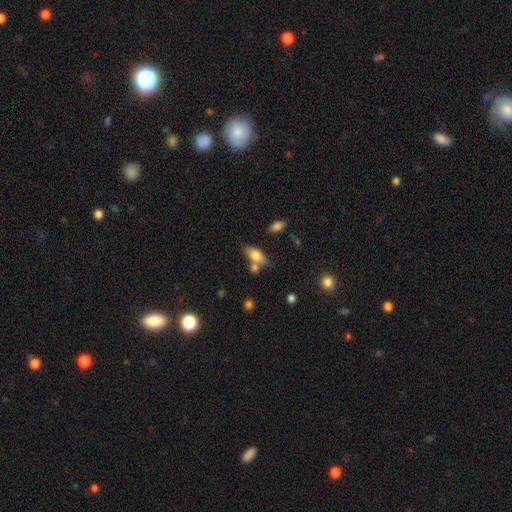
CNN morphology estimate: This is likely a smooth galaxy (74%). How rounded: clearly in between (84%). Merging: possibly none (53%).